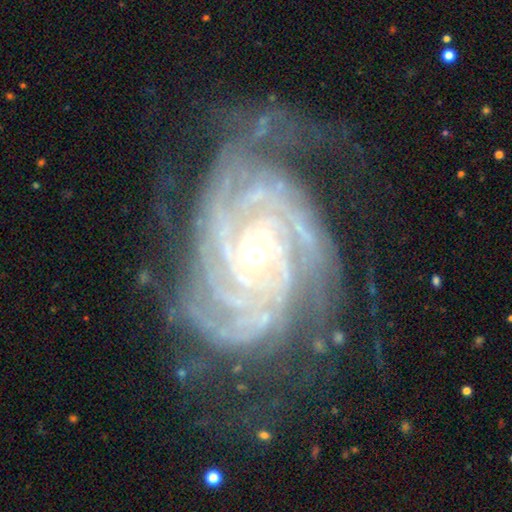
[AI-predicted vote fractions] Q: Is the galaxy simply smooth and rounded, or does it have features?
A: featured or disk — 92%.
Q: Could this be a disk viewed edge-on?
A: no — 97%.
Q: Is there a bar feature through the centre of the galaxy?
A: no — 62%.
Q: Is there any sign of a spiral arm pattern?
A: yes — 99%.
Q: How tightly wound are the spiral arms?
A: tight — 81%.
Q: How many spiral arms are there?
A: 4 — 27%.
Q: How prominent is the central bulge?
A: small — 63%.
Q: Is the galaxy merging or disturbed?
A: none — 64%.